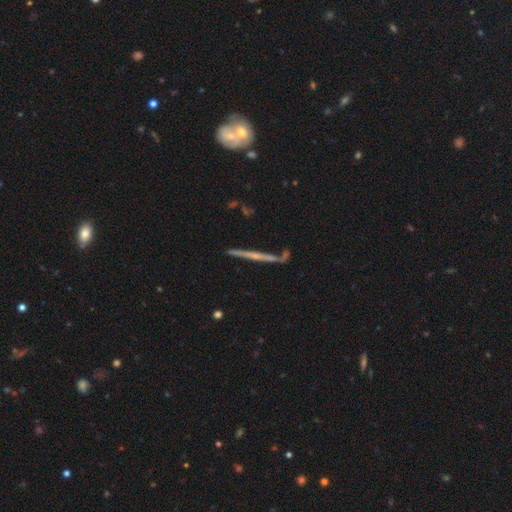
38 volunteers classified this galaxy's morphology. smooth_or_featured: featured or disk (p=0.76) [alt: smooth p=0.21]
disk_edge_on: yes (p=1.00)
edge_on_bulge: rounded (p=0.52) [alt: none p=0.48]
merging: none (p=0.86) [alt: merger p=0.08]